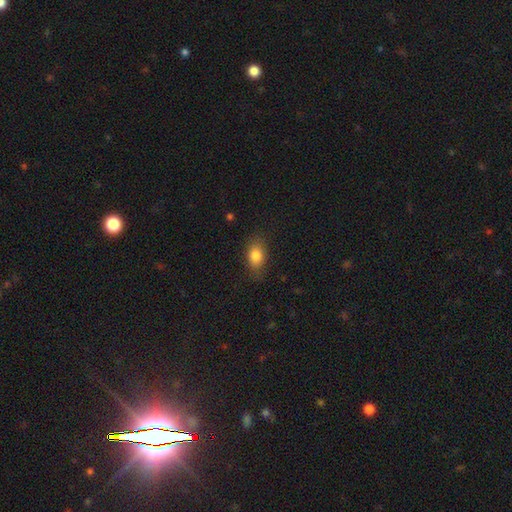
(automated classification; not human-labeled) Smooth or featured? Predicted: smooth (p=0.84). How rounded? Predicted: in between (p=0.79). Merging? Predicted: none (p=0.78).